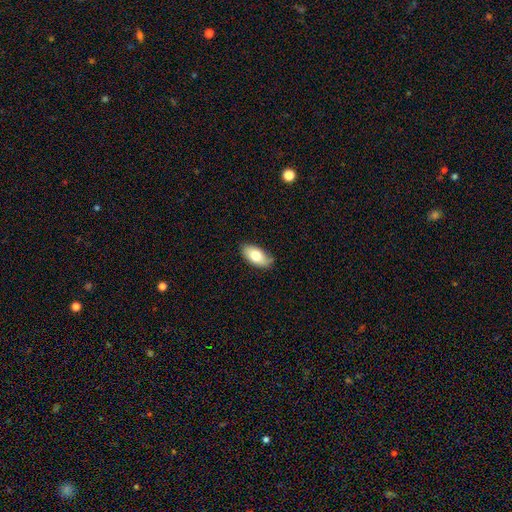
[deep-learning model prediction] Smooth or featured? smooth (74%)
How rounded? in between (93%)
Merging? none (79%)